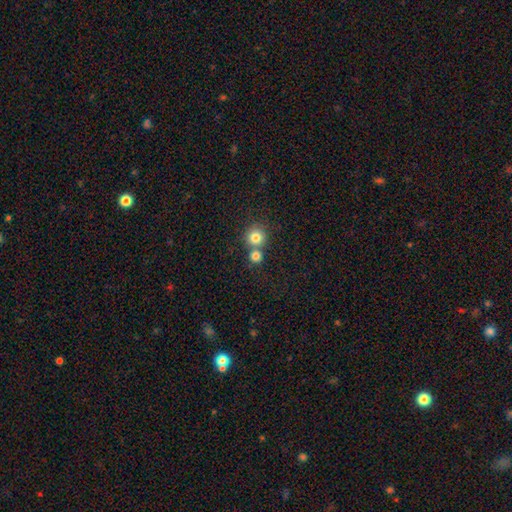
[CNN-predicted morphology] smooth 80%, star or artifact 13%, featured or disk 8%. Down the decision tree: how rounded — round (89%); merging — none (54%).